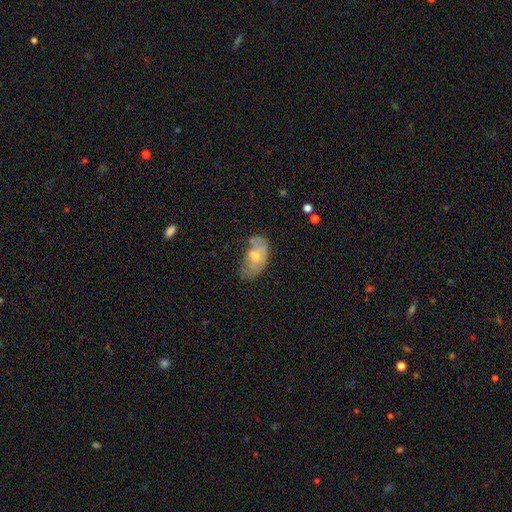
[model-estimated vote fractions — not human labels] smooth-or-featured: smooth: 55% | featured or disk: 38% | star or artifact: 7%
  how-rounded: in between: 93% | round: 5% | cigar-shaped: 2%
  merging: none: 43% | minor disturbance: 34% | major disturbance: 16% | merger: 7%